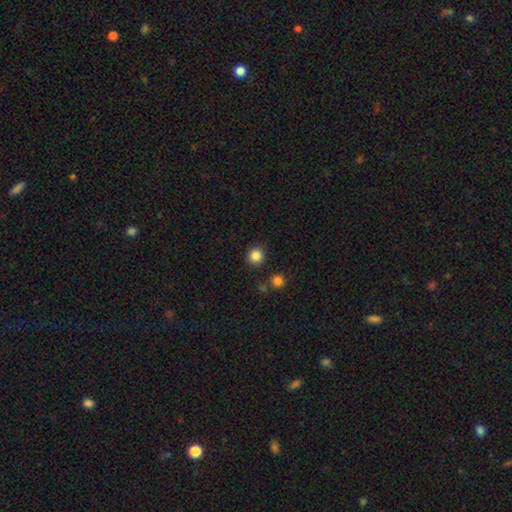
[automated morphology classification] Overall: smooth (85%). How rounded: round (93%). Merging: none (89%).